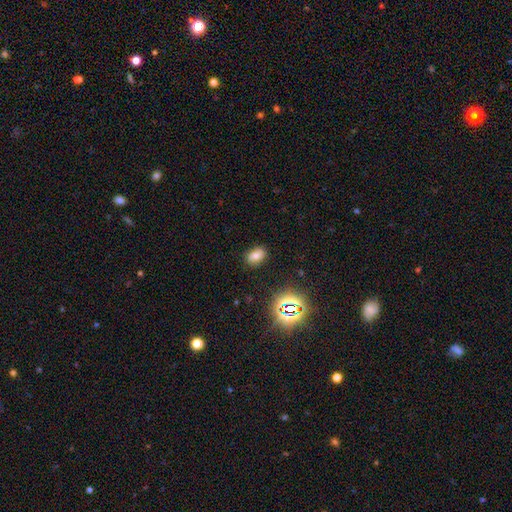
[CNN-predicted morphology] Overall: smooth (69%). How rounded: in between (83%). Merging: none (85%).